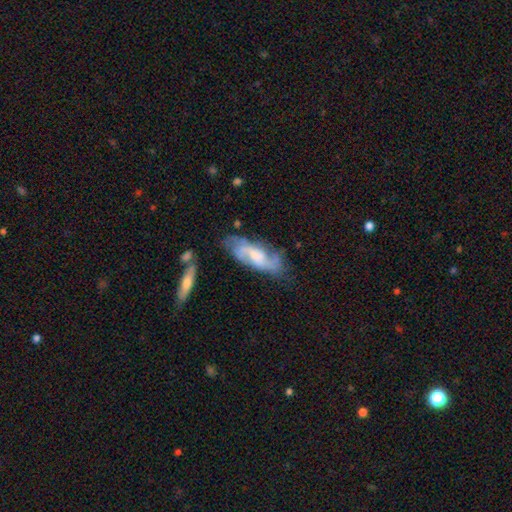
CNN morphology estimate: Smooth or featured?
  - featured or disk: 72% *
  - smooth: 21%
  - star or artifact: 6%
Edge-on disk?
  - no: 89% *
  - yes: 11%
Bar?
  - no: 46% *
  - weak: 43%
  - strong: 10%
Spiral arms?
  - yes: 92% *
  - no: 8%
Spiral winding?
  - medium: 47% *
  - loose: 32%
  - tight: 22%
Spiral arm count?
  - 2: 64% *
  - can't tell: 17%
  - 3: 12%
  - 1: 3%
  - 4: 3%
  - more than 4: 2%
Bulge size?
  - moderate: 39% *
  - small: 36%
  - none: 15%
  - large: 8%
  - dominant: 1%
Merging?
  - none: 63% *
  - minor disturbance: 23%
  - major disturbance: 10%
  - merger: 5%